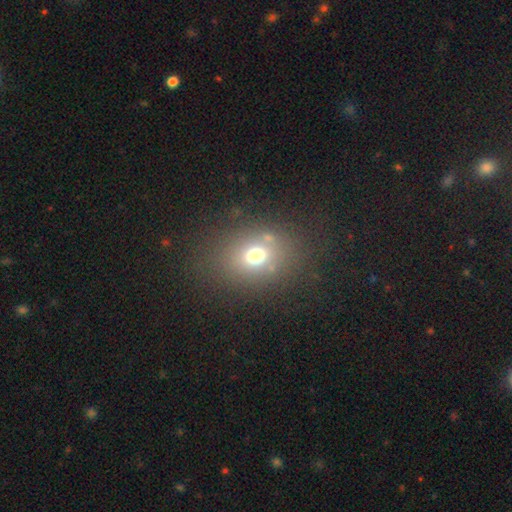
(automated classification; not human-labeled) Smooth or featured?
  - smooth: 67% *
  - star or artifact: 20%
  - featured or disk: 13%
How rounded?
  - round: 53% *
  - in between: 46%
  - cigar-shaped: 1%
Merging?
  - none: 77% *
  - minor disturbance: 12%
  - major disturbance: 8%
  - merger: 4%